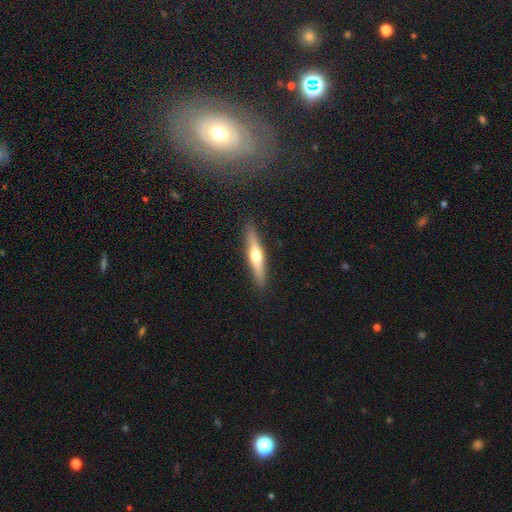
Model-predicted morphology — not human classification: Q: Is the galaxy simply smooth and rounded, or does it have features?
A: featured or disk — 51%.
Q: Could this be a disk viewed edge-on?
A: yes — 94%.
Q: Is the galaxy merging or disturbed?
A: none — 90%.